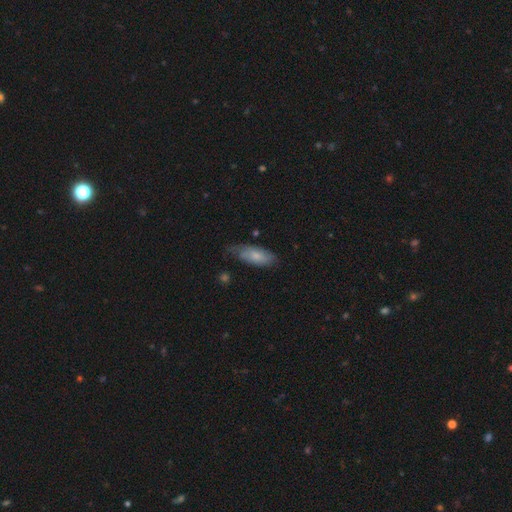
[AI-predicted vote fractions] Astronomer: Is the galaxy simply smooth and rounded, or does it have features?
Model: smooth — 70%.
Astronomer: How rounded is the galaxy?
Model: in between — 78%.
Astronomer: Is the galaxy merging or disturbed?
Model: none — 53% (runner-up: minor disturbance, 35%).